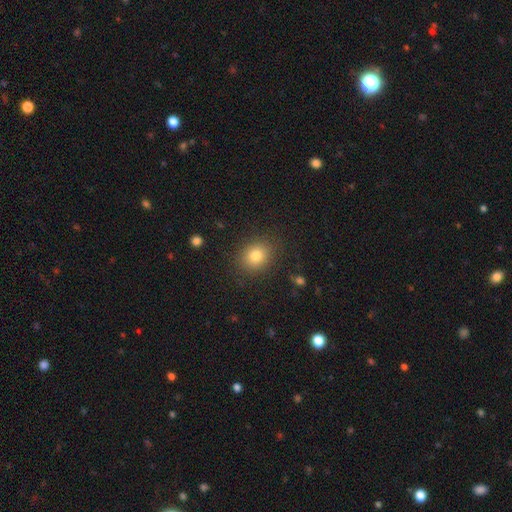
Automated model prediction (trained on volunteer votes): smooth 81%, star or artifact 11%, featured or disk 8%. Down the decision tree: how rounded — round (64%); merging — none (87%).